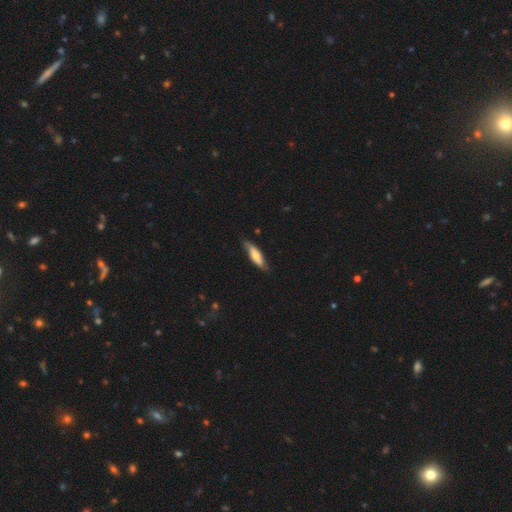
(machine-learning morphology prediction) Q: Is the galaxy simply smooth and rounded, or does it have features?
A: smooth — 55%.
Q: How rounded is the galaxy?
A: cigar-shaped — 65%.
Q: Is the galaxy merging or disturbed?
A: none — 74%.